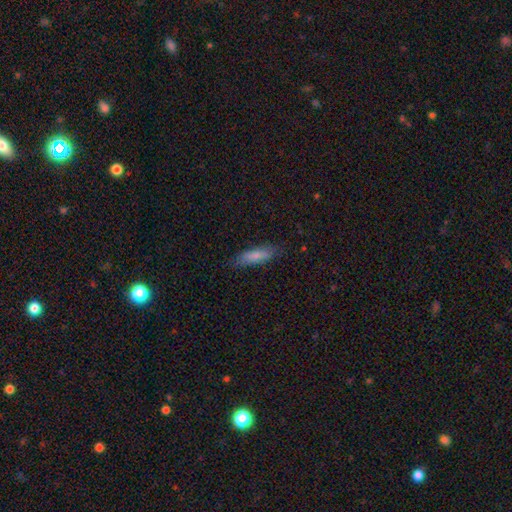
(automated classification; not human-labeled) A smooth galaxy with no disk features (76%) that is cigar-shaped (56%).

Vote fractions:
- Smooth or featured? smooth: 76% / featured or disk: 18% / star or artifact: 6%
- How rounded? cigar-shaped: 56% / in between: 42% / round: 2%
- Merging? none: 79% / minor disturbance: 17% / major disturbance: 3% / merger: 1%